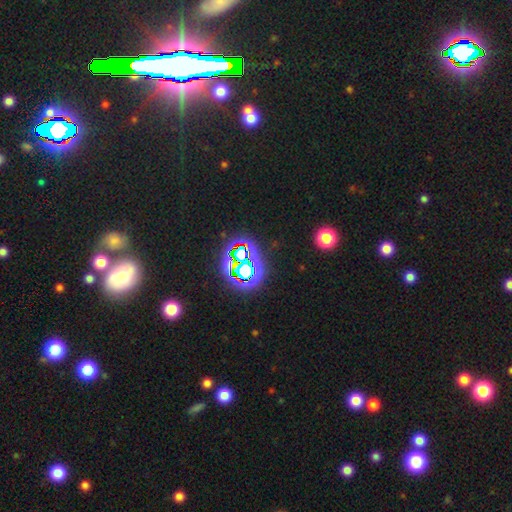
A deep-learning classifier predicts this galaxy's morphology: Q: Smooth or featured?
A: star or artifact (73%); runner-up: smooth (16%)